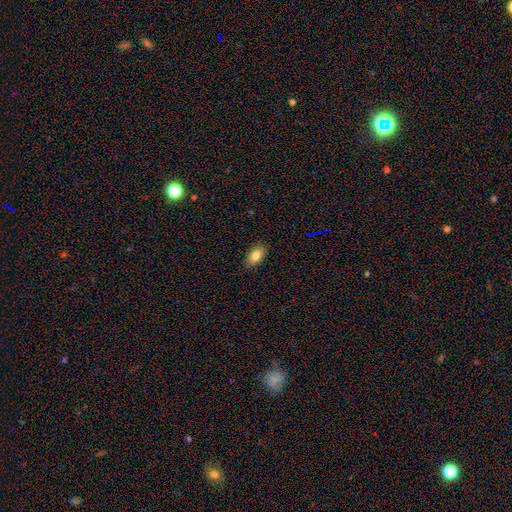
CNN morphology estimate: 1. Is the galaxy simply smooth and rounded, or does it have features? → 82% smooth, 10% featured or disk, 8% star or artifact.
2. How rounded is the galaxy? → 90% in between, 7% round, 3% cigar-shaped.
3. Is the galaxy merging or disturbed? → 86% none, 11% minor disturbance, 2% major disturbance, 1% merger.